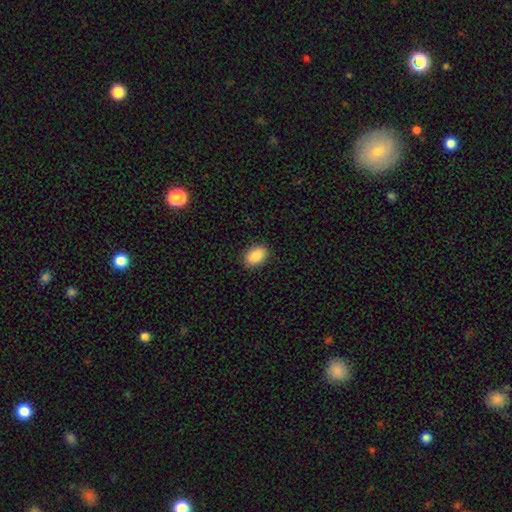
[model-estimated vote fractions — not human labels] Smooth or featured? Predicted: smooth (p=0.89). How rounded? Predicted: in between (p=0.86). Merging? Predicted: none (p=0.89).